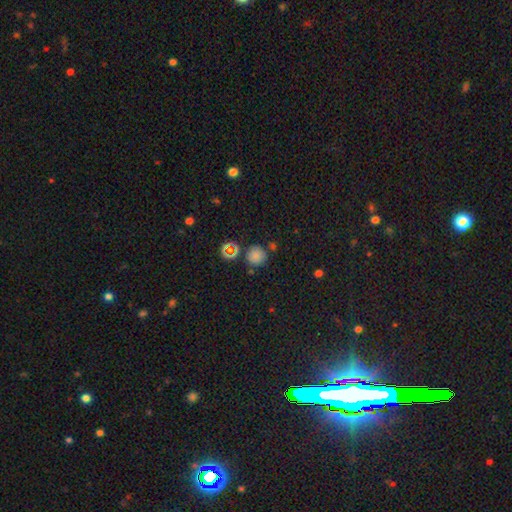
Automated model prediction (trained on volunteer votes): A smooth galaxy with no disk features (75%) that is round (92%). Merging: none (75%).